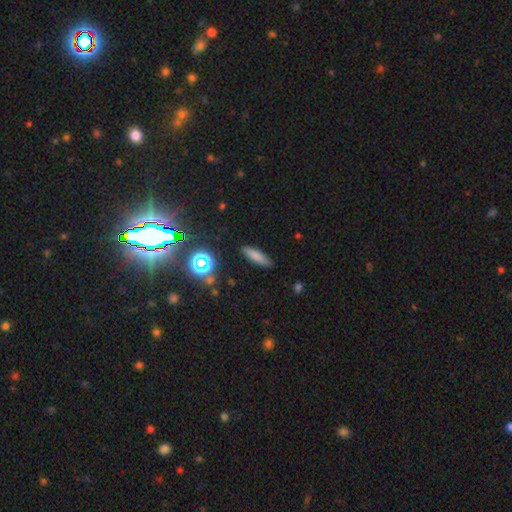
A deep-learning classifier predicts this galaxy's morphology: type=smooth (76%); roundness=cigar-shaped (64%); merging=none (88%).